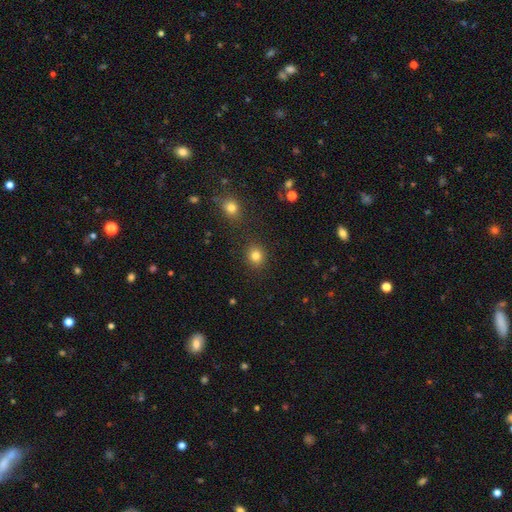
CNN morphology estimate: type=smooth (82%); roundness=round (82%); merging=none (87%).